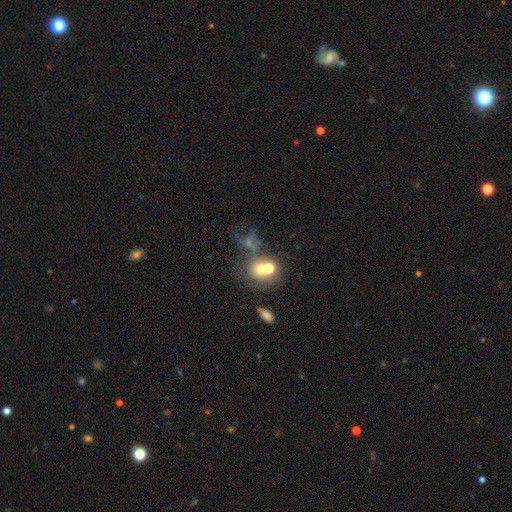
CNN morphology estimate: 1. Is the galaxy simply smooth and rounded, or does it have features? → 51% smooth, 25% featured or disk, 24% star or artifact.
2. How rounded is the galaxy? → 57% in between, 39% round, 4% cigar-shaped.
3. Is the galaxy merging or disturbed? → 42% merger, 38% none, 11% minor disturbance, 8% major disturbance.